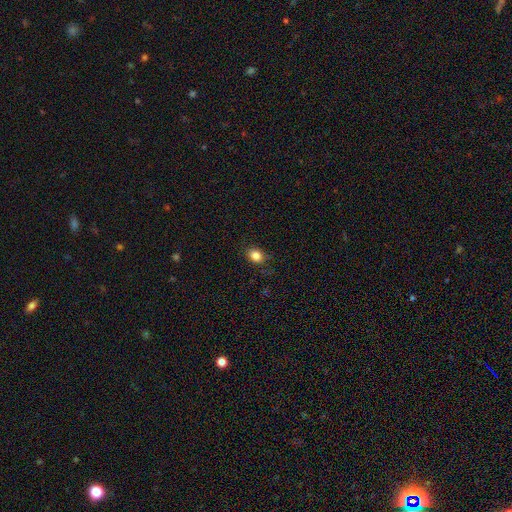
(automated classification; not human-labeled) Overall: smooth (84%). How rounded: in between (59%; round 40%). Merging: none (81%).